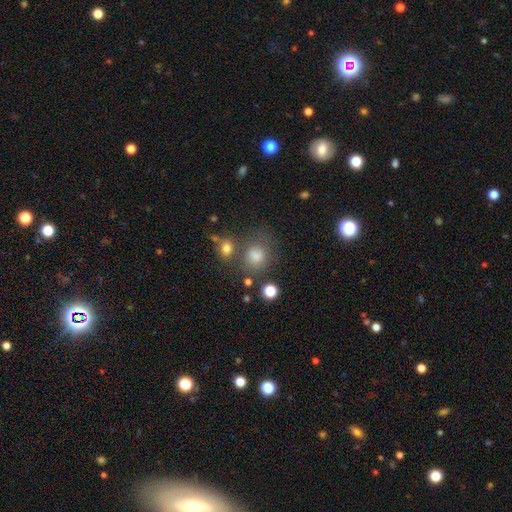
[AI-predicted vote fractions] A smooth galaxy with no disk features (74%) that is round (69%). Merging: none (63%).